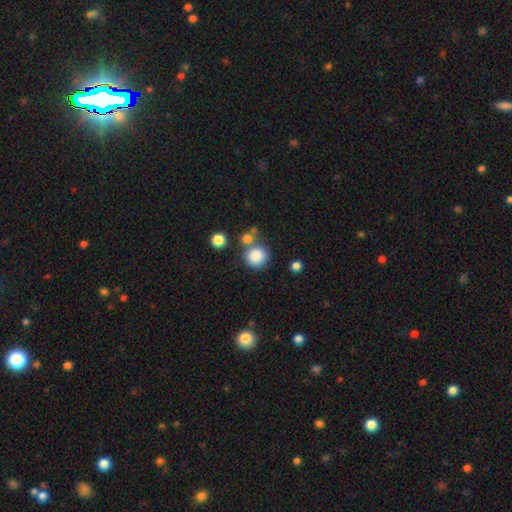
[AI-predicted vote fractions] Overall: smooth (84%). How rounded: round (89%). Merging: none (66%).